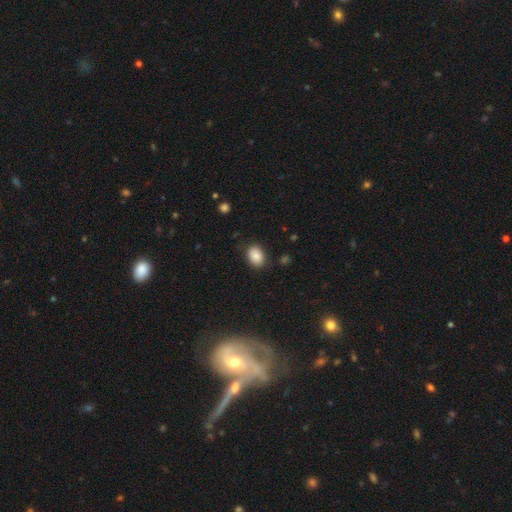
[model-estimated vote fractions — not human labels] Overall: smooth (87%). How rounded: in between (72%). Merging: none (83%).